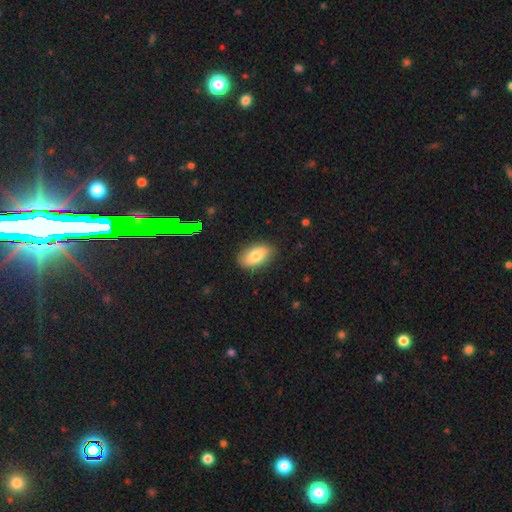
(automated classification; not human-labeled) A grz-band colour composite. It shows a smooth galaxy with no disk features (78%) that is in between round and cigar-shaped (92%). Merging: none (86%).